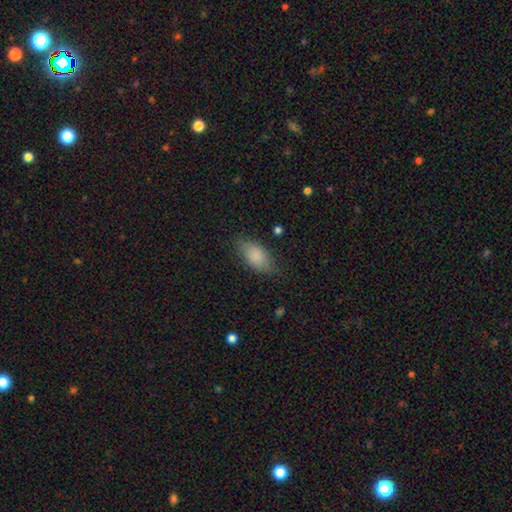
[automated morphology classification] Smooth or featured? smooth (85%)
How rounded? in between (91%)
Merging? none (77%)